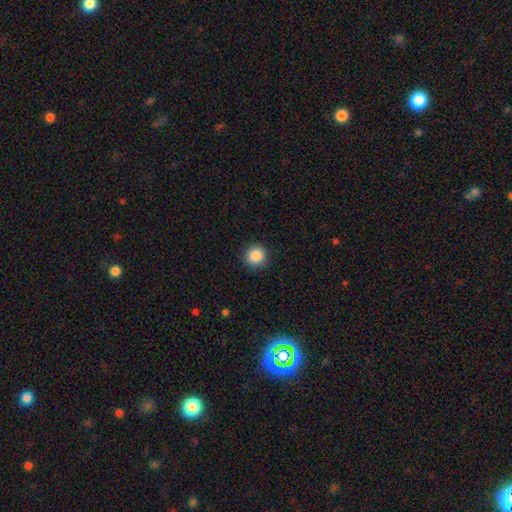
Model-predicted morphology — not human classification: Overall: smooth (88%). How rounded: round (94%). Merging: none (91%).